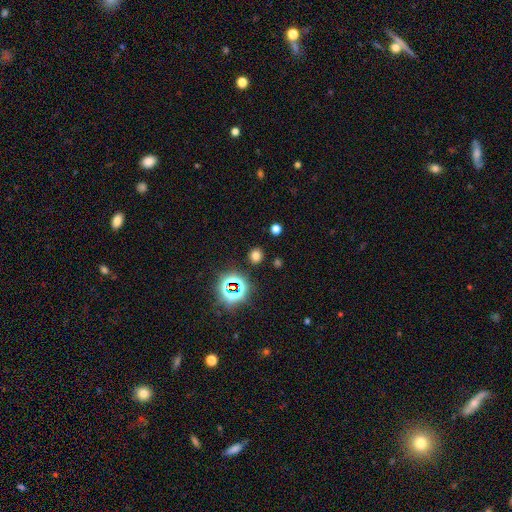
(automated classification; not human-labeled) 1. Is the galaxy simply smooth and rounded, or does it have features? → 67% smooth, 27% star or artifact, 6% featured or disk.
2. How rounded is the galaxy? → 81% round, 18% in between, 1% cigar-shaped.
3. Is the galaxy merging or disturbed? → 87% none, 7% minor disturbance, 3% major disturbance, 3% merger.